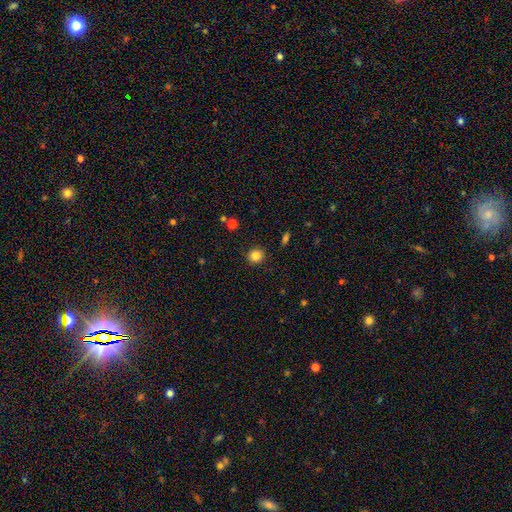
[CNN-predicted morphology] Smooth or featured? Predicted: smooth (p=0.84). How rounded? Predicted: round (p=0.87). Merging? Predicted: none (p=0.89).